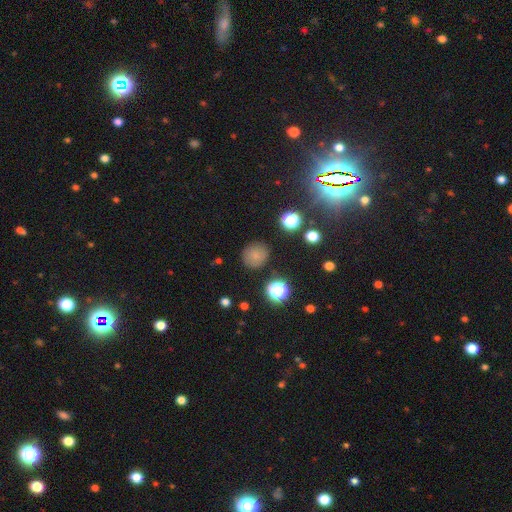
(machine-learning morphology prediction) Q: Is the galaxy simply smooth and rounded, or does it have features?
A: smooth — 75%.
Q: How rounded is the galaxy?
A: round — 86%.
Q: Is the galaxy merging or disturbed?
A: none — 83%.